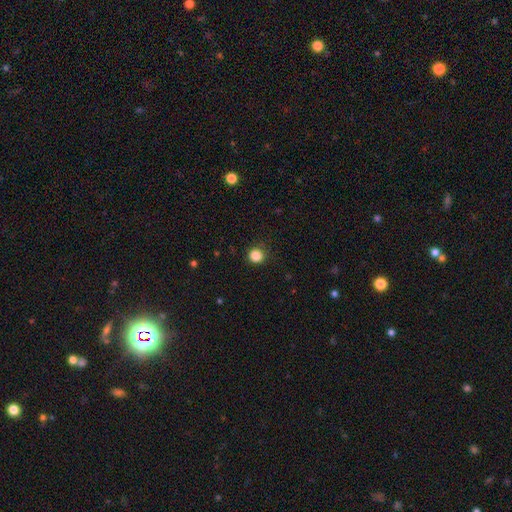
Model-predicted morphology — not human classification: type=smooth (86%); roundness=round (93%); merging=none (88%).